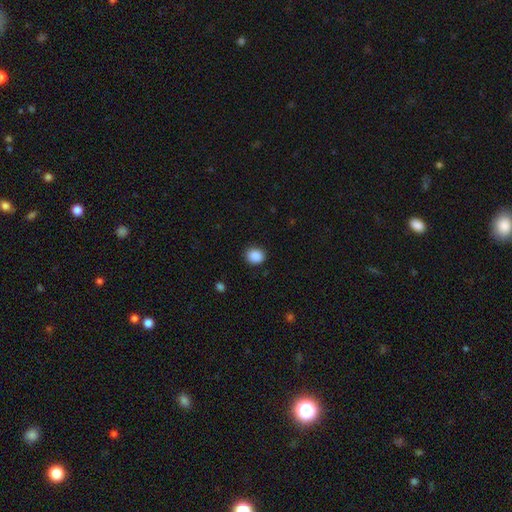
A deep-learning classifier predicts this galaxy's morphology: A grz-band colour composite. It shows a smooth galaxy with no disk features (88%) that is round (67%). Merging: none (87%).